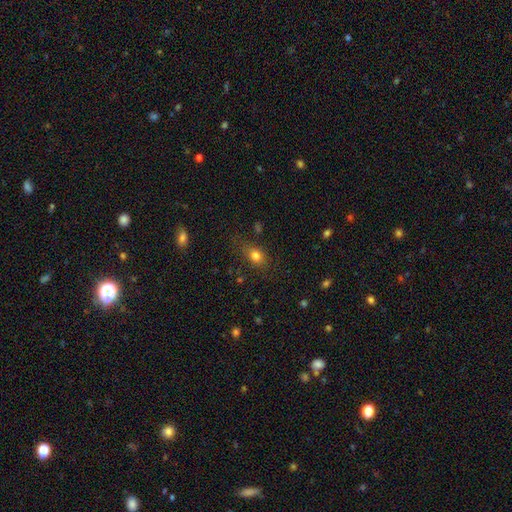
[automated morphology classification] Q: Smooth or featured?
A: smooth (78%); runner-up: star or artifact (12%)
Q: How rounded?
A: in between (62%); runner-up: round (35%)
Q: Merging?
A: none (73%); runner-up: minor disturbance (18%)